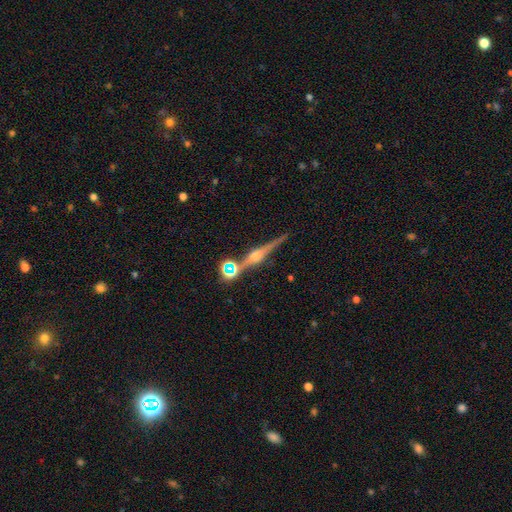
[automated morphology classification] A featured or disk galaxy (82%) viewed edge-on (98%) with a rounded central bulge (92%).

Vote fractions:
- Smooth or featured? featured or disk: 82% / star or artifact: 10% / smooth: 8%
- Edge-on disk? yes: 98% / no: 2%
- Edge-on bulge? rounded: 92% / boxy: 5% / none: 3%
- Merging? none: 80% / minor disturbance: 10% / merger: 7% / major disturbance: 3%